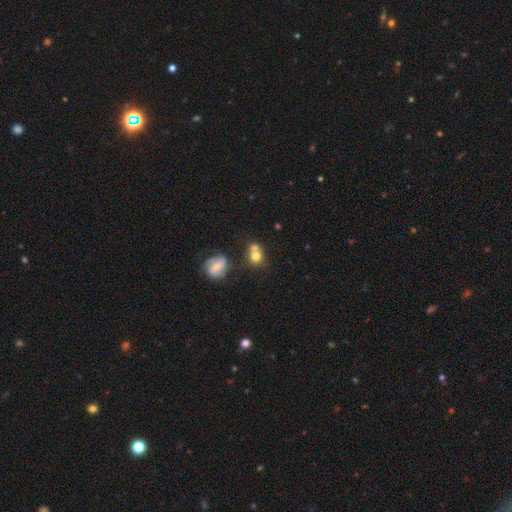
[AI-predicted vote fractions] This is likely a smooth galaxy (74%). How rounded: likely round (74%). Merging: marginally merger (44%).